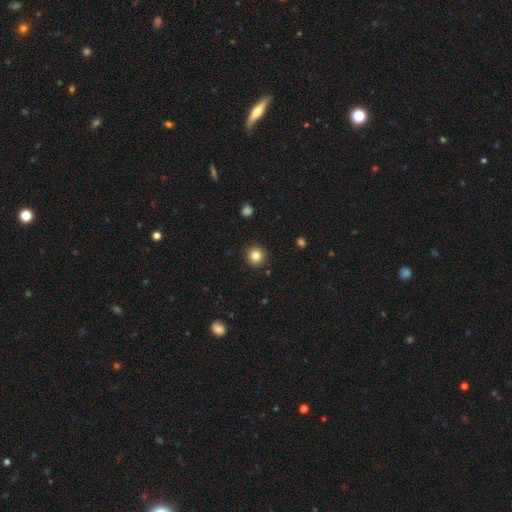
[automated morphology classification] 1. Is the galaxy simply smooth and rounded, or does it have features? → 83% smooth, 11% star or artifact, 6% featured or disk.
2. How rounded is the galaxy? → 93% round, 6% in between, 1% cigar-shaped.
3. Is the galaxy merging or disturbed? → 92% none, 5% minor disturbance, 2% major disturbance, 1% merger.